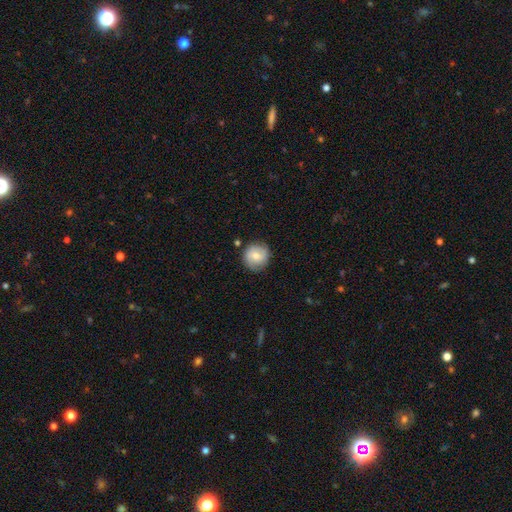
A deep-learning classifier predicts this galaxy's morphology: A smooth galaxy with no disk features (56%) that is round (92%).

Vote fractions:
- Smooth or featured? smooth: 56% / featured or disk: 37% / star or artifact: 8%
- How rounded? round: 92% / in between: 7% / cigar-shaped: 1%
- Merging? none: 81% / minor disturbance: 14% / major disturbance: 3% / merger: 2%